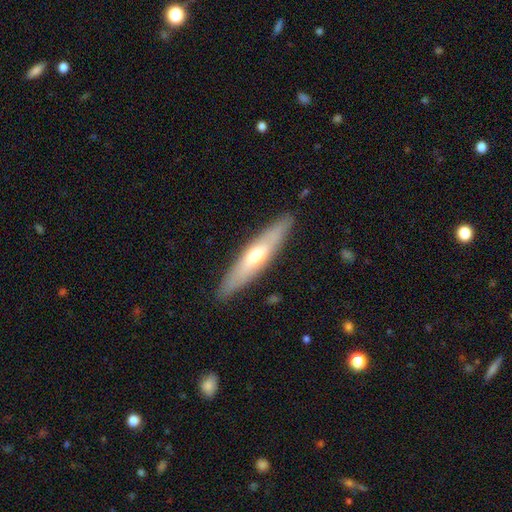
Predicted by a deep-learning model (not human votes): This appears to be a featured or disk galaxy (48%). Merging: none (88%).